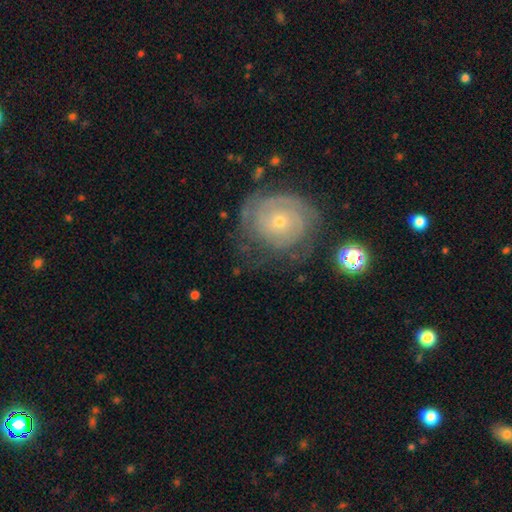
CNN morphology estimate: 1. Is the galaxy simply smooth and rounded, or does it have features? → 71% featured or disk, 16% smooth, 13% star or artifact.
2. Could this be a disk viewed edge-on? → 96% no, 4% yes.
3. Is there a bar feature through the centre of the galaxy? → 81% no, 15% weak, 4% strong.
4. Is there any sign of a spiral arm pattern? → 86% yes, 14% no.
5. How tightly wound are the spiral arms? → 78% tight, 17% medium, 5% loose.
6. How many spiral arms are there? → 50% can't tell, 19% 2, 13% 3, 7% 4, 6% more than 4, 6% 1.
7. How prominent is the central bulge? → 63% small, 34% moderate, 1% large, 1% none, 1% dominant.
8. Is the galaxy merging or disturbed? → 71% none, 18% minor disturbance, 9% major disturbance, 2% merger.